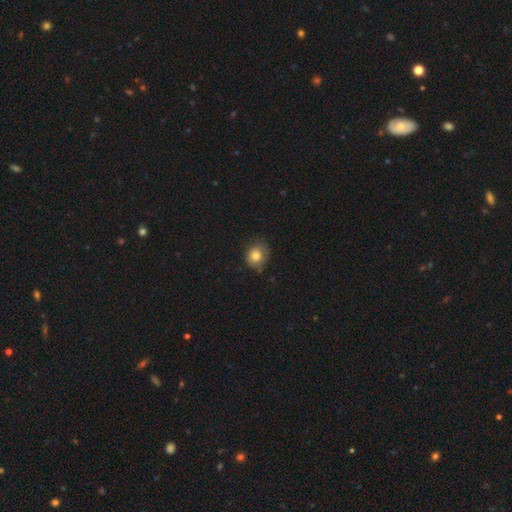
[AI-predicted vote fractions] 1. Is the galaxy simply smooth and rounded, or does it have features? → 80% smooth, 11% featured or disk, 9% star or artifact.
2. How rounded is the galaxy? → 65% round, 34% in between, 1% cigar-shaped.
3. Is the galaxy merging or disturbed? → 63% none, 28% minor disturbance, 7% major disturbance, 2% merger.